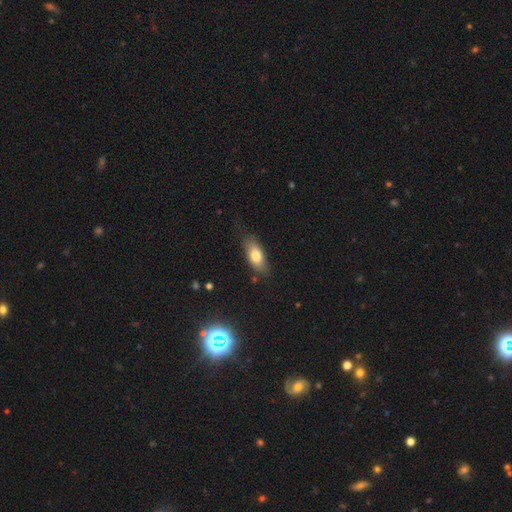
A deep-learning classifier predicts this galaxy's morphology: Q: Smooth or featured?
A: smooth (75%); runner-up: featured or disk (18%)
Q: How rounded?
A: in between (83%); runner-up: cigar-shaped (13%)
Q: Merging?
A: none (74%); runner-up: minor disturbance (19%)